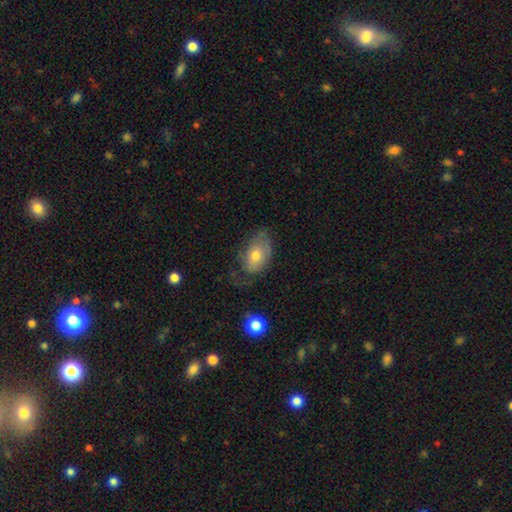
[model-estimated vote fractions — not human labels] The model was most divided on "merging": none: 45%, minor disturbance: 31%, major disturbance: 22%, merger: 2%. More confident: how rounded — in between (88%); smooth or featured — smooth (63%).